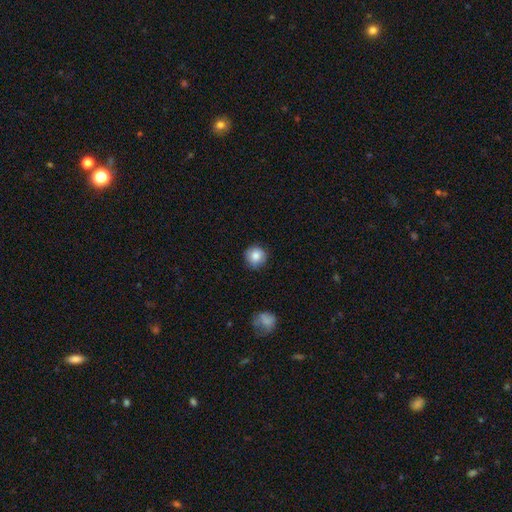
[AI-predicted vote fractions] The model was most divided on "merging": none: 84%, minor disturbance: 12%, major disturbance: 3%, merger: 1%. More confident: how rounded — round (92%); smooth or featured — smooth (82%).